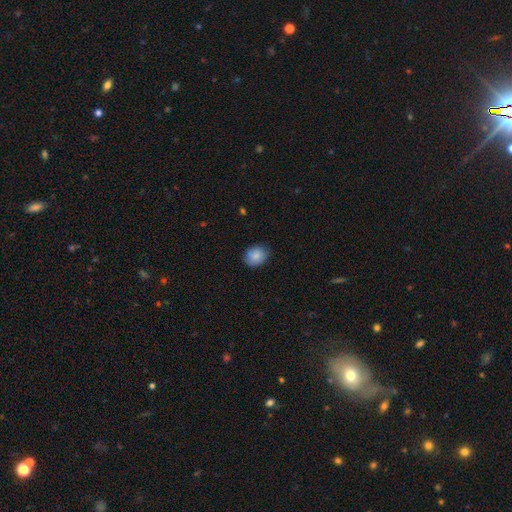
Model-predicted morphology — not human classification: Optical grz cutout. It shows a smooth galaxy with no disk features (84%) that is round (52%). Merging: none (80%).